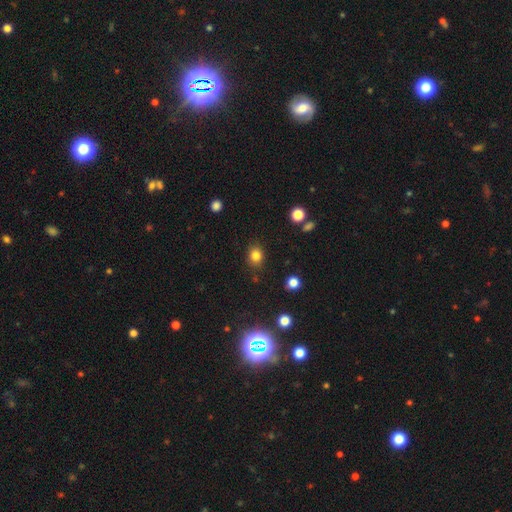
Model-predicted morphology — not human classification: type=smooth (81%); roundness=round (66%); merging=none (84%).